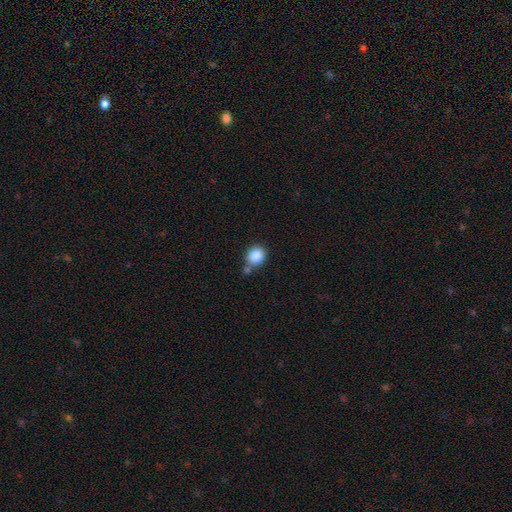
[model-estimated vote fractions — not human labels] Smooth or featured: smooth — 86% (star or artifact — 9%)
How rounded: round — 73% (in between — 26%)
Merging: none — 64% (merger — 19%)